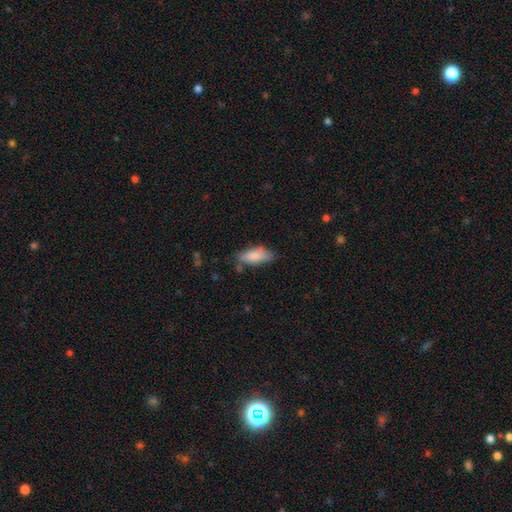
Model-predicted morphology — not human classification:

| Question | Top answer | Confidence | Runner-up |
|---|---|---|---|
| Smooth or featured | smooth | 83% | featured or disk (10%) |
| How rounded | in between | 77% | cigar-shaped (21%) |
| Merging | none | 64% | minor disturbance (26%) |